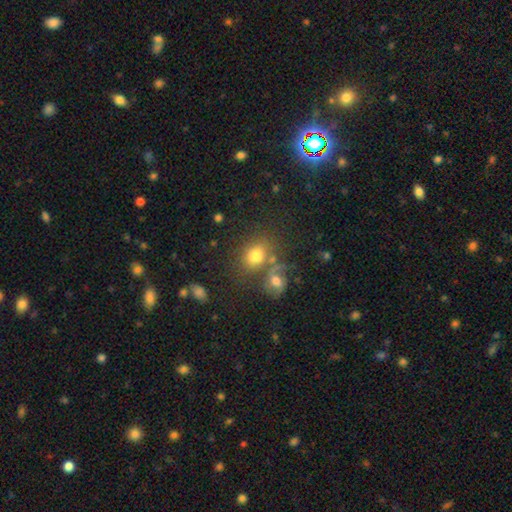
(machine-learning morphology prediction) smooth 73%, star or artifact 14%, featured or disk 13%. Down the decision tree: how rounded — in between (55%); merging — none (55%).